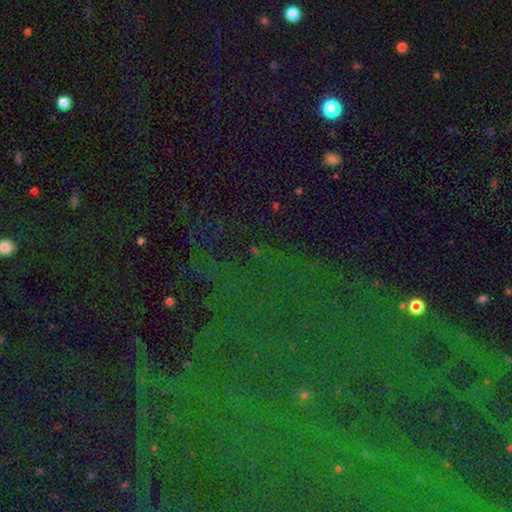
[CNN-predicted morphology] type=star or artifact (81%).